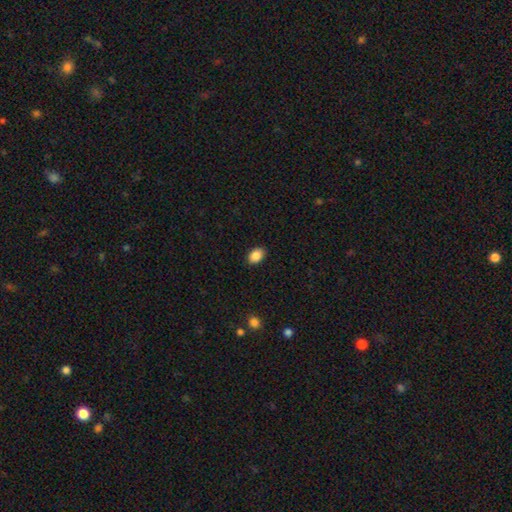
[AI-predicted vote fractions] Q: Smooth or featured?
A: smooth (88%); runner-up: star or artifact (8%)
Q: How rounded?
A: in between (86%); runner-up: round (13%)
Q: Merging?
A: none (88%); runner-up: minor disturbance (9%)